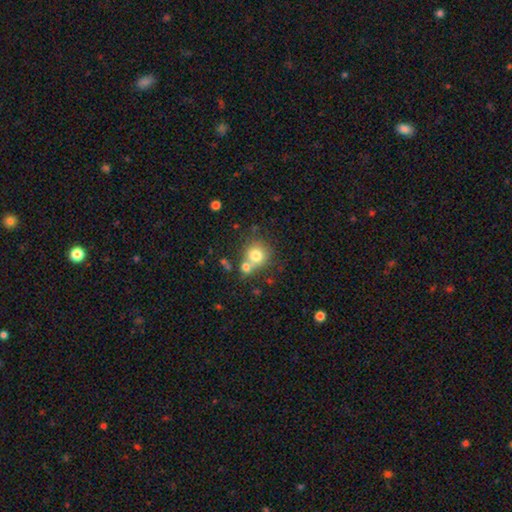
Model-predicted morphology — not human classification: Q: Smooth or featured?
A: smooth (75%); runner-up: featured or disk (14%)
Q: How rounded?
A: round (84%); runner-up: in between (15%)
Q: Merging?
A: none (47%); runner-up: merger (38%)